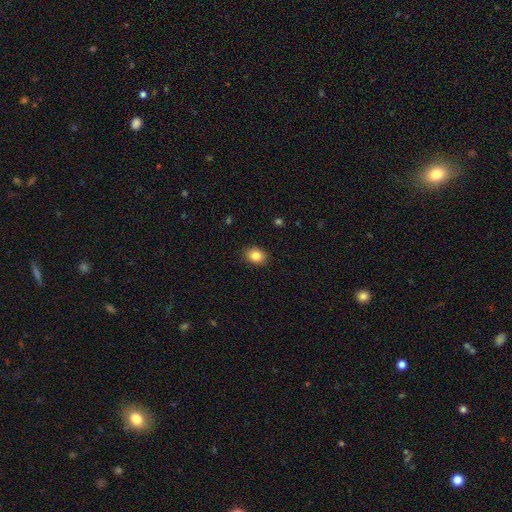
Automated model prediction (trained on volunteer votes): The model was most divided on "how rounded": in between: 57%, round: 42%, cigar-shaped: 1%. More confident: merging — none (88%); smooth or featured — smooth (84%).